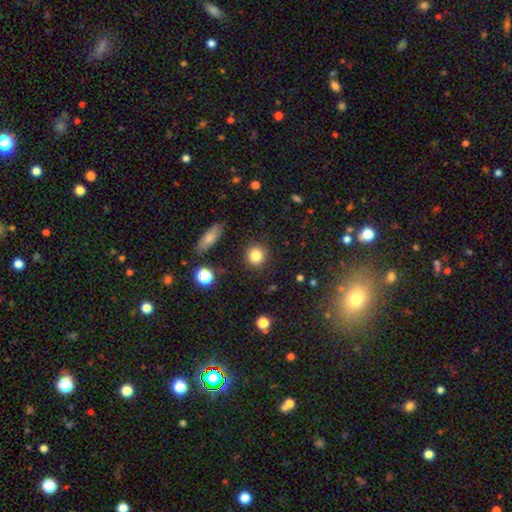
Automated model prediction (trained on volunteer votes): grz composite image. It shows a smooth galaxy with no disk features (83%) that is round (90%). Merging: none (89%).